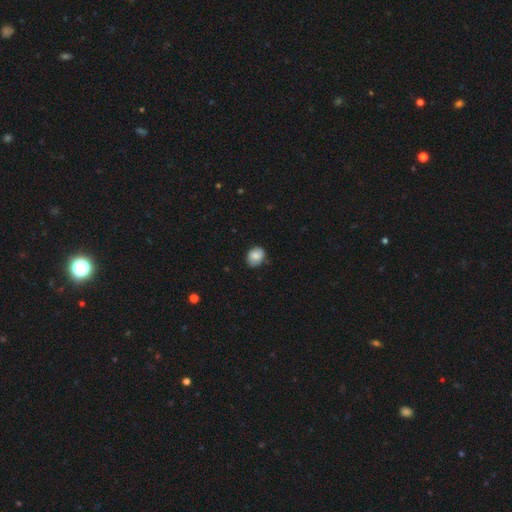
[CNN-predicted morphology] The model was most divided on "how rounded": in between: 50%, round: 49%, cigar-shaped: 1%. More confident: smooth or featured — smooth (78%); merging — none (73%).